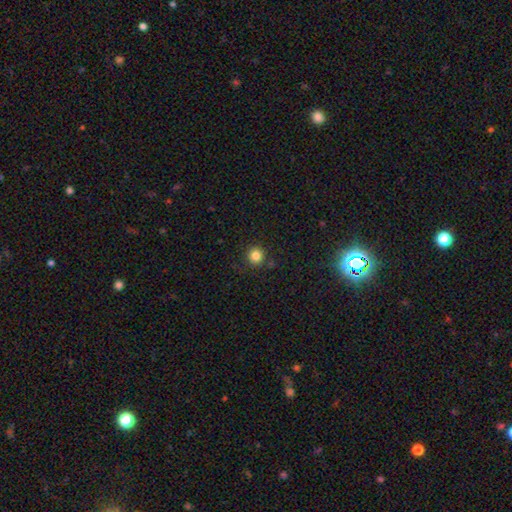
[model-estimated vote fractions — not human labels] smooth 83%, star or artifact 12%, featured or disk 5%. Down the decision tree: how rounded — round (94%); merging — none (88%).